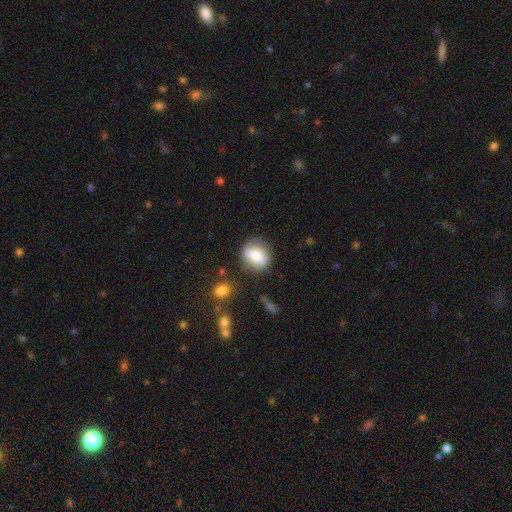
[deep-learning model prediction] This appears to be a smooth galaxy with no disk features (69%) that is round (71%). Merging: none (73%).